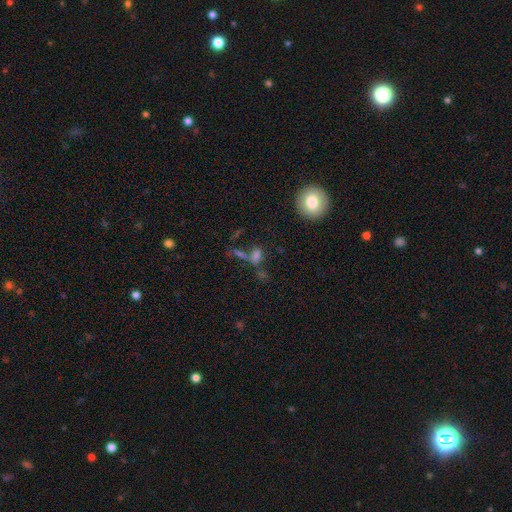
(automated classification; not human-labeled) Smooth or featured?
  - smooth: 62% *
  - star or artifact: 24%
  - featured or disk: 14%
How rounded?
  - in between: 72% *
  - round: 15%
  - cigar-shaped: 13%
Merging?
  - merger: 39% *
  - none: 37%
  - minor disturbance: 12%
  - major disturbance: 11%